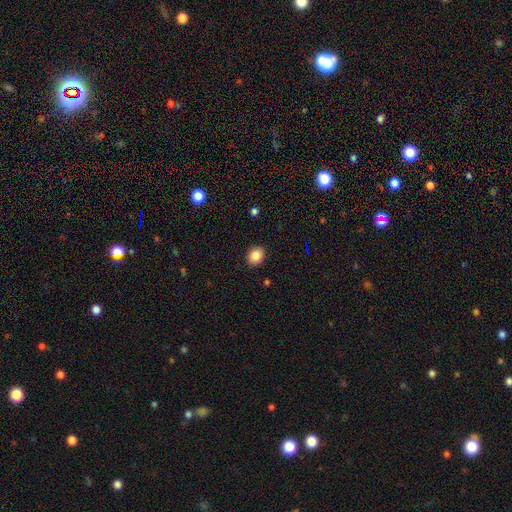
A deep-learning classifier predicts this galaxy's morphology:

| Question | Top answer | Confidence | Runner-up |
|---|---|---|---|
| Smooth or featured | smooth | 86% | star or artifact (9%) |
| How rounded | in between | 51% | round (49%) |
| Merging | none | 90% | minor disturbance (7%) |